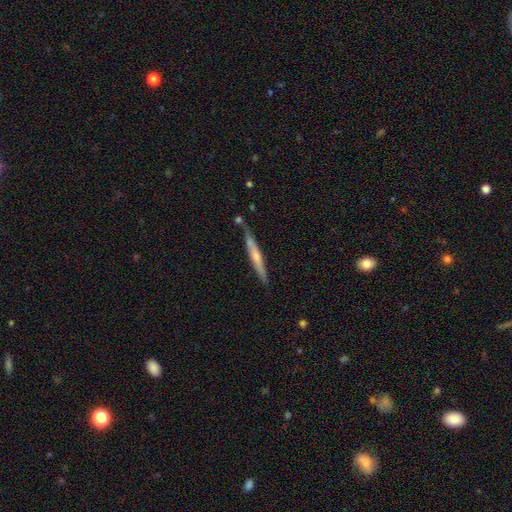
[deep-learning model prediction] Smooth or featured: featured or disk — 50% (smooth — 43%)
Edge-on disk: yes — 94% (no — 6%)
Merging: none — 76% (minor disturbance — 15%)